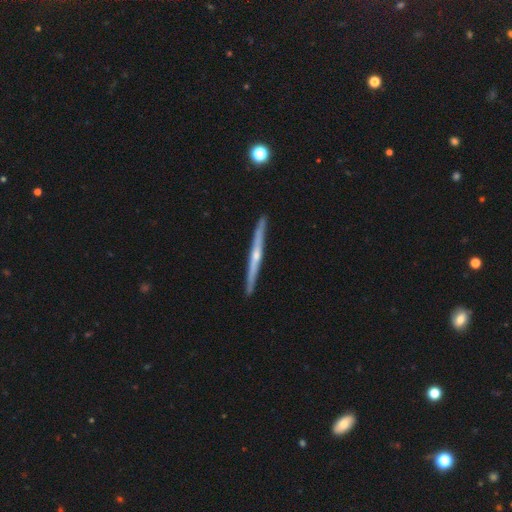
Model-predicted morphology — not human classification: Smooth or featured? featured or disk (79%)
Edge-on disk? yes (98%)
Edge-on bulge? rounded (77%)
Merging? none (90%)